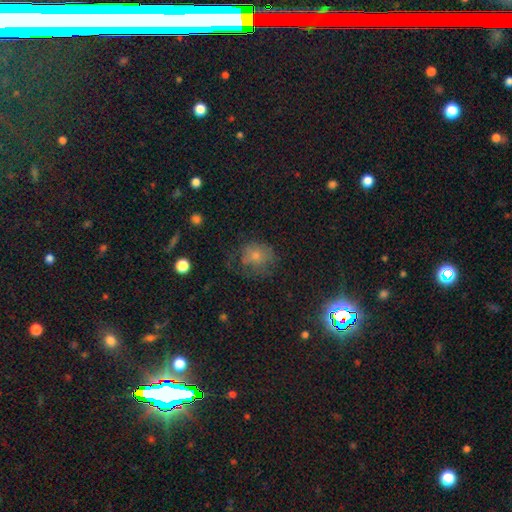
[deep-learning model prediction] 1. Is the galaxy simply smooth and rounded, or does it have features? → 44% smooth, 32% star or artifact, 24% featured or disk.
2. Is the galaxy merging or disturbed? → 63% none, 22% minor disturbance, 13% major disturbance, 2% merger.